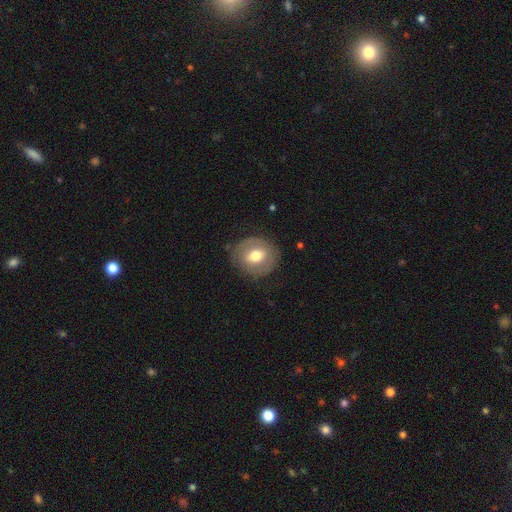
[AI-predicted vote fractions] Smooth or featured? smooth (58%)
How rounded? round (72%)
Merging? none (80%)